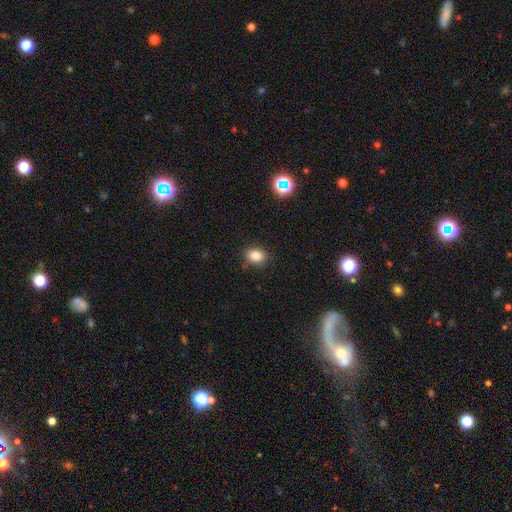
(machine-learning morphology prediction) smooth 84%, star or artifact 11%, featured or disk 5%. Down the decision tree: how rounded — in between (64%); merging — none (84%).